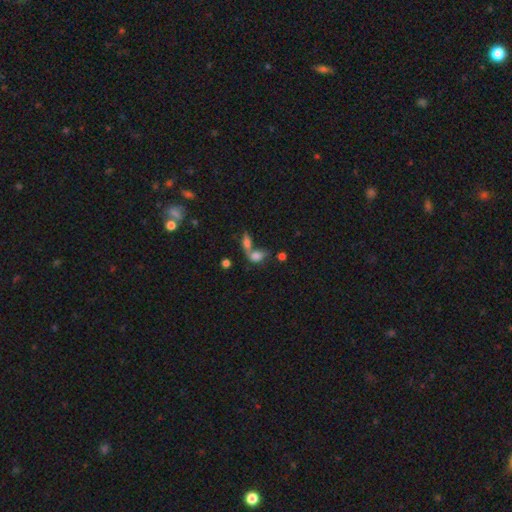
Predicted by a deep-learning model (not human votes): smooth_or_featured: smooth (p=0.72) [alt: featured or disk p=0.15]
how_rounded: in between (p=0.77) [alt: round p=0.18]
merging: merger (p=0.60) [alt: none p=0.24]